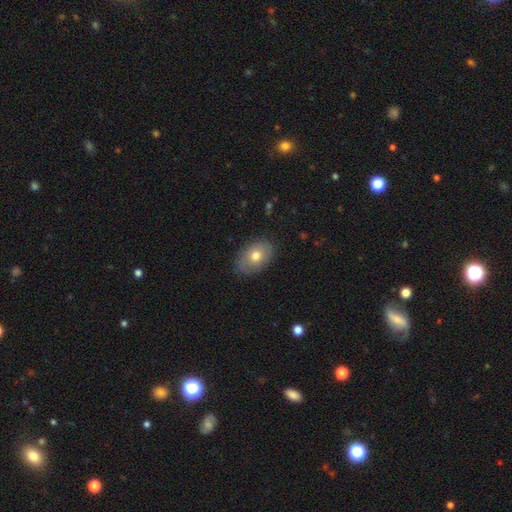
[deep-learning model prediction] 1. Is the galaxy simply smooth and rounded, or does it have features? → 70% smooth, 23% featured or disk, 7% star or artifact.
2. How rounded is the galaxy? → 85% in between, 14% round, 1% cigar-shaped.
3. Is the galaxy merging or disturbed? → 83% none, 13% minor disturbance, 3% major disturbance, 1% merger.